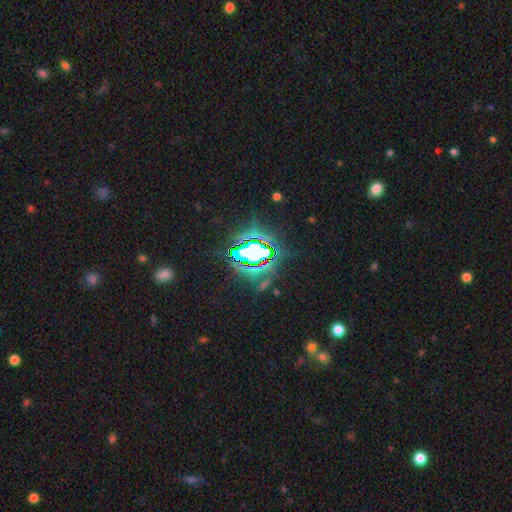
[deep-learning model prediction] smooth_or_featured: star or artifact (p=0.75) [alt: smooth p=0.13]